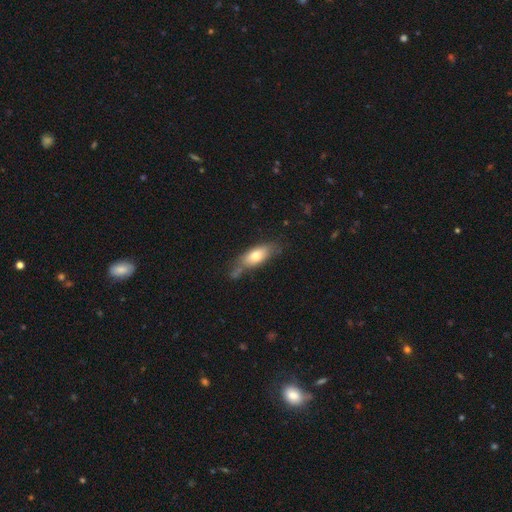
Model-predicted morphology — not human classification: type=smooth (71%); roundness=in between (76%); merging=none (60%).